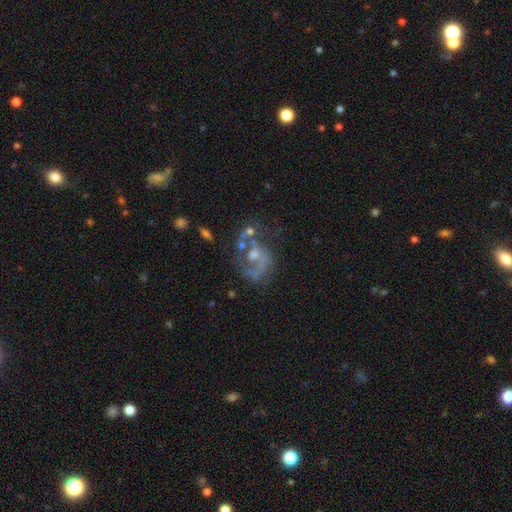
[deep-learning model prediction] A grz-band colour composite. It shows a featured or disk galaxy (74%) with no bar (70%), 1 (44%) medium (42%) spiral arms (80%) and a moderate central bulge (47%). Merging: none (37%).